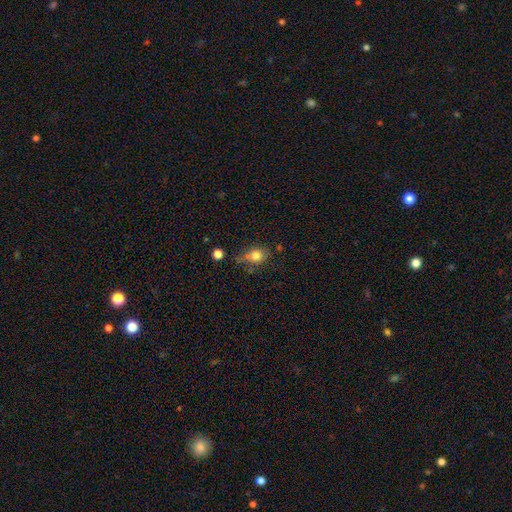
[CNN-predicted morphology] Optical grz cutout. It shows a smooth galaxy with no disk features (79%) that is round (55%). Merging: none (52%).